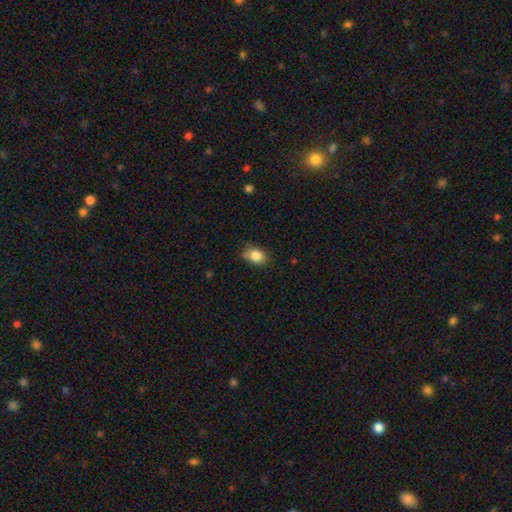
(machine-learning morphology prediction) smooth 84%, star or artifact 9%, featured or disk 7%. Down the decision tree: how rounded — in between (64%); merging — none (70%).